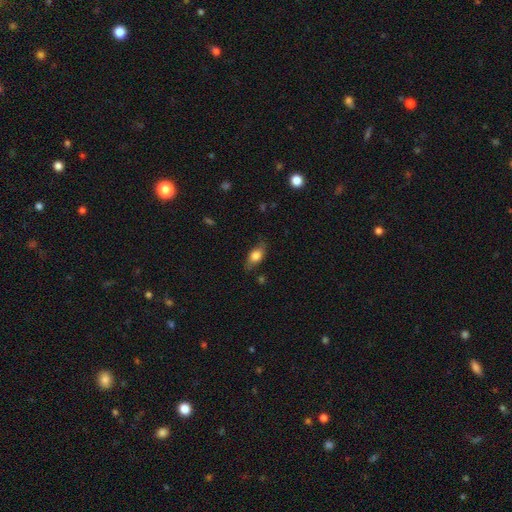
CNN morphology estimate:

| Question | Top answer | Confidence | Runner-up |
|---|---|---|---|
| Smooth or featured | smooth | 71% | featured or disk (21%) |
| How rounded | in between | 80% | cigar-shaped (11%) |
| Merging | none | 73% | minor disturbance (21%) |